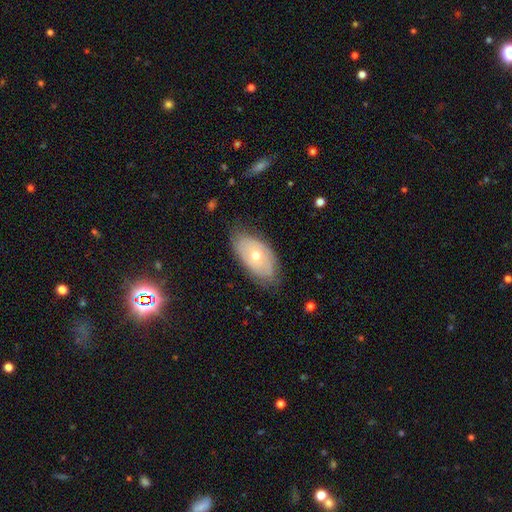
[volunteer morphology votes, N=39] A featured or disk galaxy (59%) with no bar (85%), tight (79%) spiral arms (70%) and a small central bulge (60%). Merging: none (61%).